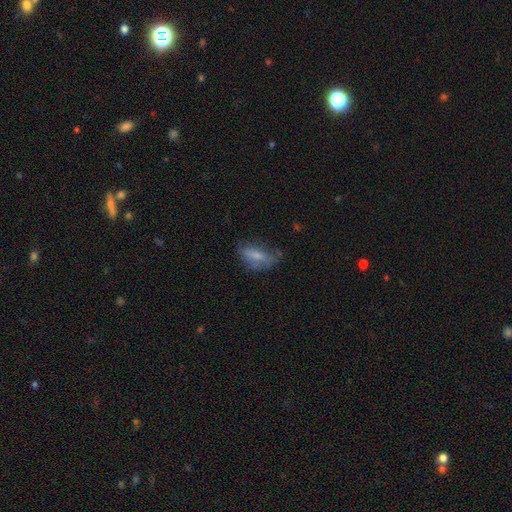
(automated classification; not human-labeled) smooth_or_featured: smooth (p=0.64) [alt: featured or disk p=0.27]
how_rounded: in between (p=0.78) [alt: cigar-shaped p=0.17]
merging: none (p=0.53) [alt: minor disturbance p=0.29]